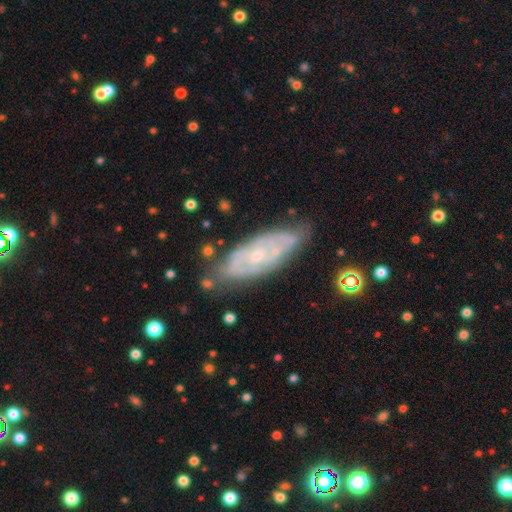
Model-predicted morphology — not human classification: smooth-or-featured: featured or disk: 74% | smooth: 20% | star or artifact: 6%
  disk-edge-on: no: 87% | yes: 13%
    bar: no: 75% | weak: 21% | strong: 5%
    has-spiral-arms: yes: 72% | no: 28%
    bulge-size: small: 70% | moderate: 25% | none: 3% | large: 1% | dominant: 1%
  merging: none: 69% | minor disturbance: 22% | major disturbance: 6% | merger: 3%